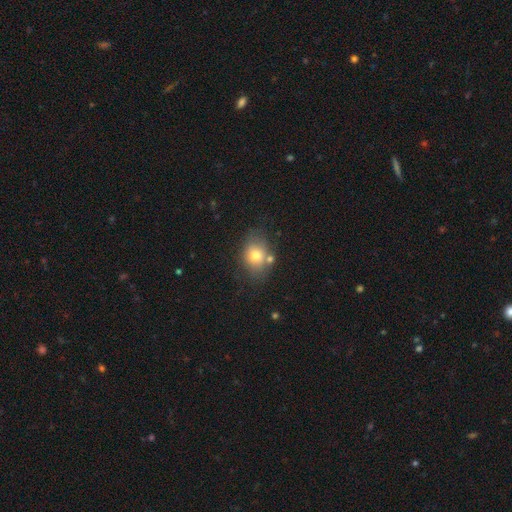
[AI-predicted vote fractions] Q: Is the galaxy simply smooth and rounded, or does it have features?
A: smooth — 73%.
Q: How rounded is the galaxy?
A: in between — 52%.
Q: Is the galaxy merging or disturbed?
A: none — 66%.